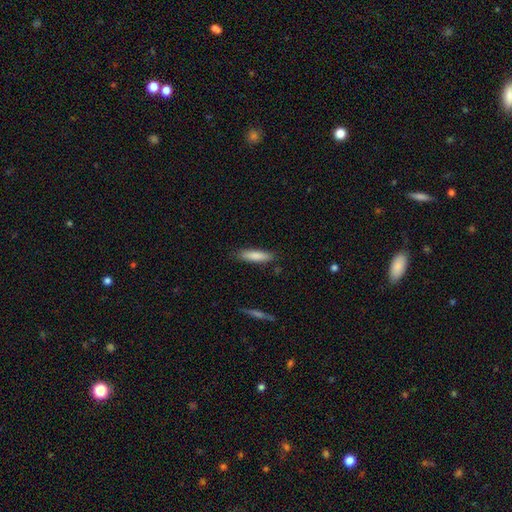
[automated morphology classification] A smooth galaxy with no disk features (84%) that is cigar-shaped (70%).

Vote fractions:
- Smooth or featured? smooth: 84% / featured or disk: 10% / star or artifact: 6%
- How rounded? cigar-shaped: 70% / in between: 29% / round: 1%
- Merging? none: 85% / minor disturbance: 11% / major disturbance: 2% / merger: 2%